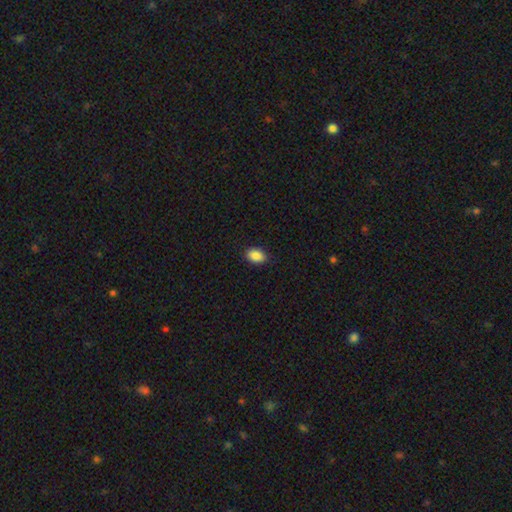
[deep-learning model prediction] Smooth or featured: smooth — 89% (star or artifact — 8%)
How rounded: in between — 85% (round — 13%)
Merging: none — 87% (minor disturbance — 10%)